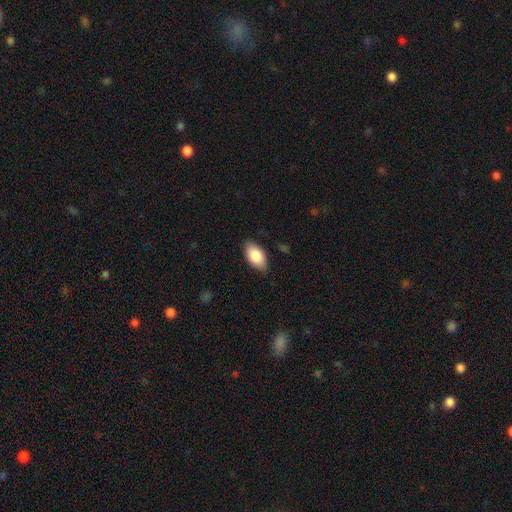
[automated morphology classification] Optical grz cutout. It shows a smooth galaxy with no disk features (85%) that is in between round and cigar-shaped (94%). Merging: none (84%).